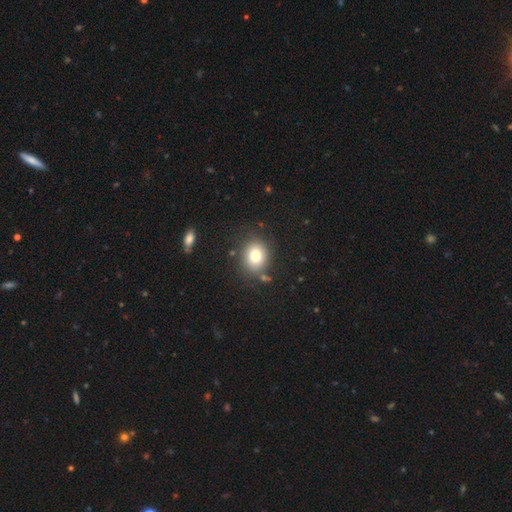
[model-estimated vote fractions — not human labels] Morphology: type=smooth (78%); roundness=round (60%); merging=none (81%).